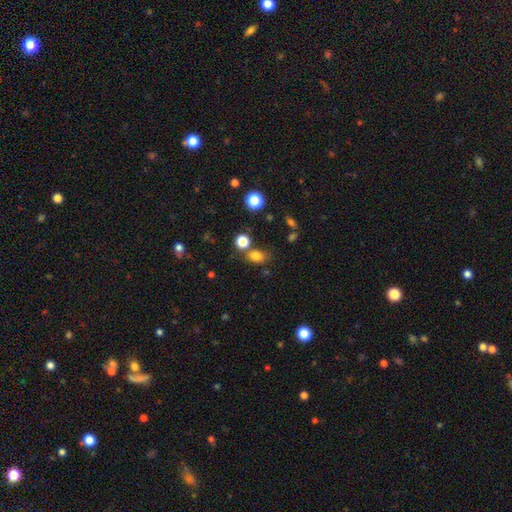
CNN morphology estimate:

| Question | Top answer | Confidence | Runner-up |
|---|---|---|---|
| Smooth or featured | smooth | 78% | star or artifact (15%) |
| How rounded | in between | 57% | round (41%) |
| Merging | none | 66% | merger (15%) |